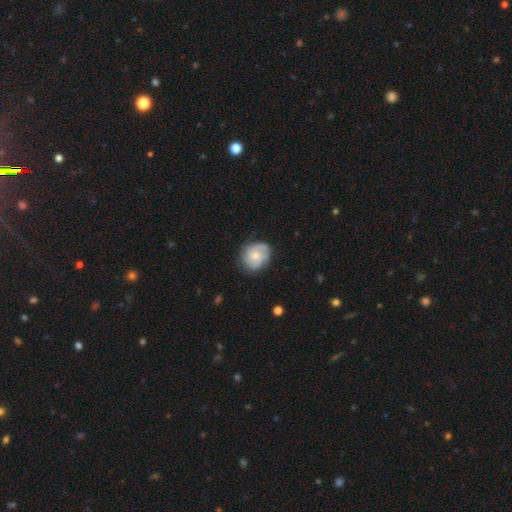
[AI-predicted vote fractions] This appears to be a featured or disk galaxy (68%) with no bar (74%), 3 (41%) tight (51%) spiral arms (93%) and a small central bulge (47%). Merging: none (74%).